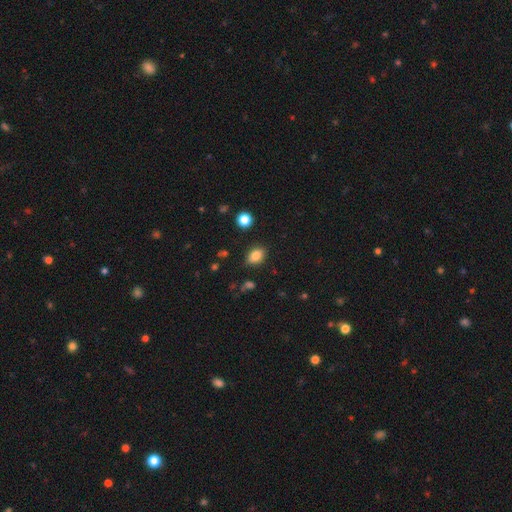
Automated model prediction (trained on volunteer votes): Morphology: type=smooth (82%); roundness=in between (77%); merging=none (82%).